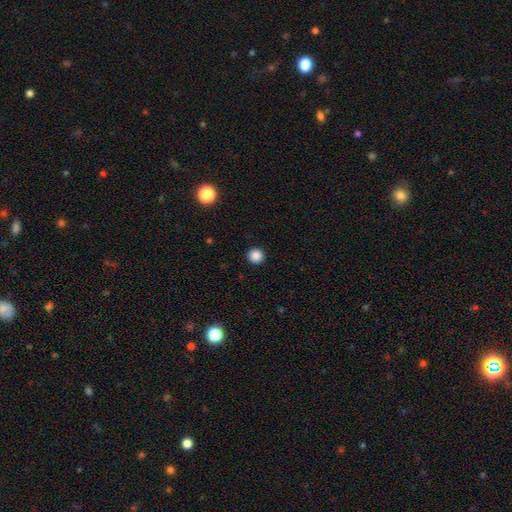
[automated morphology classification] Smooth or featured: smooth — 87% (star or artifact — 11%)
How rounded: round — 96% (in between — 3%)
Merging: none — 93% (minor disturbance — 4%)